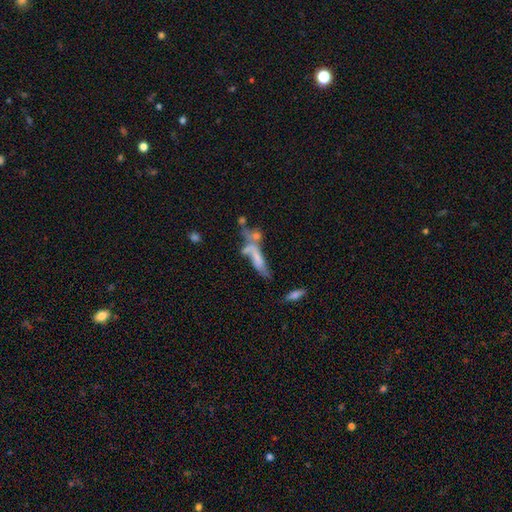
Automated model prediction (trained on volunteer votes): Smooth or featured: featured or disk — 45% (smooth — 42%)
Merging: merger — 41% (none — 24%)